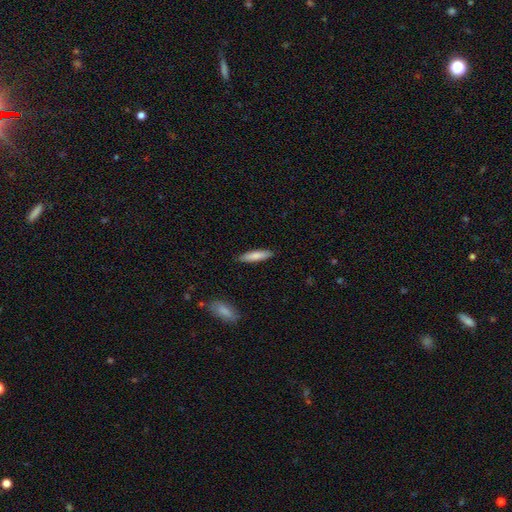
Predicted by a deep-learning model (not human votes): smooth 81%, featured or disk 13%, star or artifact 6%. Down the decision tree: how rounded — cigar-shaped (78%); merging — none (89%).